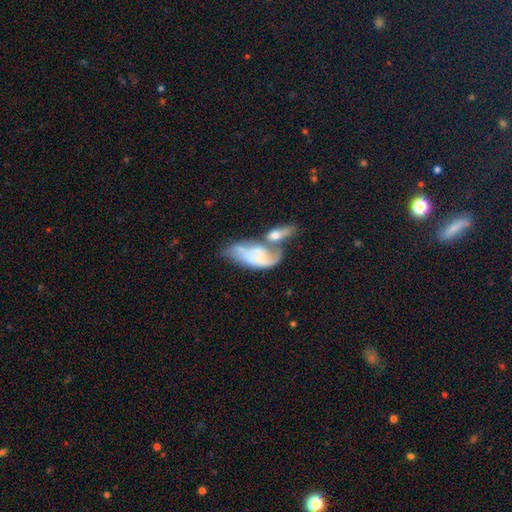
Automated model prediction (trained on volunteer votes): Q: Smooth or featured?
A: featured or disk (59%); runner-up: smooth (34%)
Q: Edge-on disk?
A: no (90%); runner-up: yes (10%)
Q: Bar?
A: no (71%); runner-up: weak (23%)
Q: Spiral arms?
A: yes (65%); runner-up: no (35%)
Q: Bulge size?
A: small (43%); runner-up: none (32%)
Q: Merging?
A: merger (53%); runner-up: major disturbance (18%)